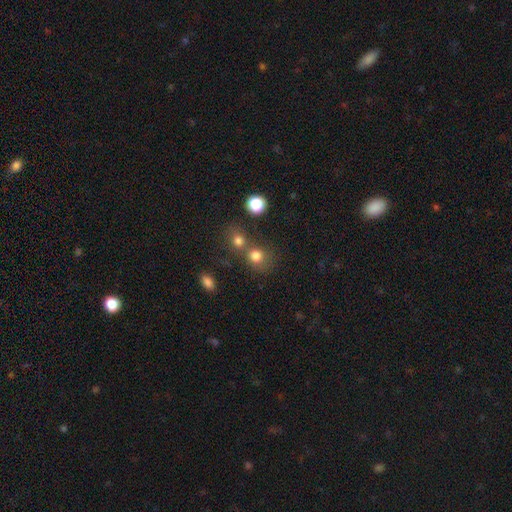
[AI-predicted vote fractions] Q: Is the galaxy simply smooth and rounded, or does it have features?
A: smooth — 78%.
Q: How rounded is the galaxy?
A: round — 80%.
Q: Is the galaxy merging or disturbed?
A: none — 49%.